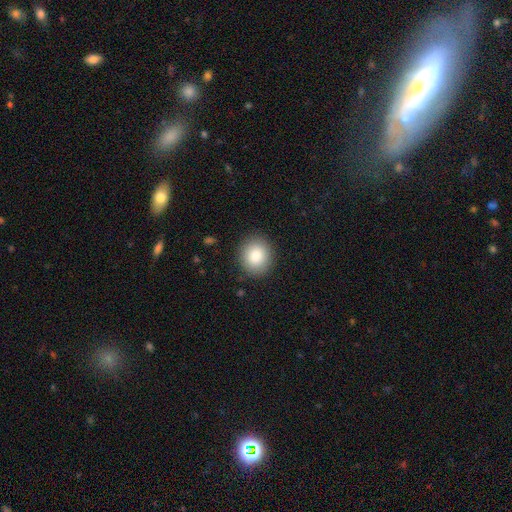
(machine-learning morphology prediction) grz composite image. It shows a smooth galaxy with no disk features (85%) that is round (80%). Merging: none (89%).